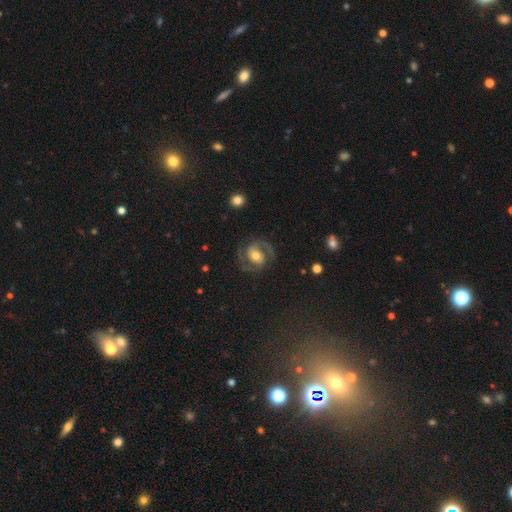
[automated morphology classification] Smooth or featured? featured or disk (84%)
Edge-on disk? no (98%)
Bar? no (44%)
Spiral arms? yes (95%)
Spiral winding? medium (59%)
Spiral arm count? 2 (93%)
Bulge size? moderate (67%)
Merging? none (80%)